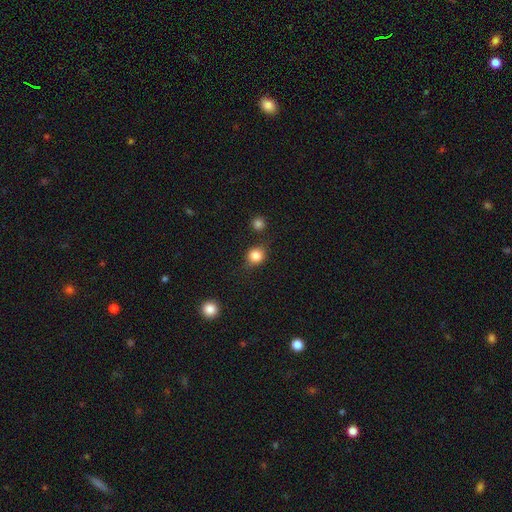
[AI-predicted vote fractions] A smooth galaxy with no disk features (82%) that is round (74%).

Vote fractions:
- Smooth or featured? smooth: 82% / star or artifact: 11% / featured or disk: 8%
- How rounded? round: 74% / in between: 25% / cigar-shaped: 1%
- Merging? none: 73% / minor disturbance: 16% / merger: 6% / major disturbance: 5%